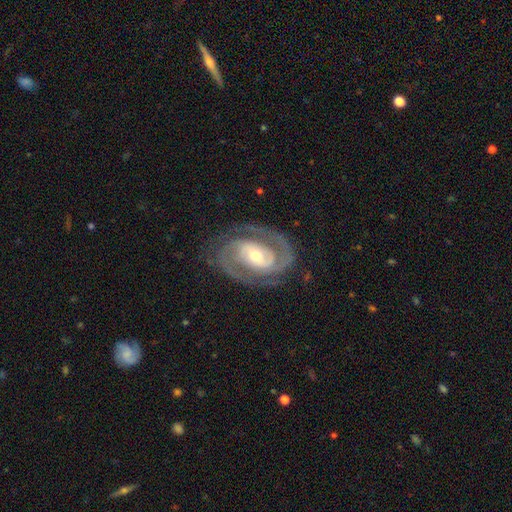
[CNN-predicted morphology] The model was most divided on "bar": weak: 39%, no: 32%, strong: 29%. More confident: spiral arms — yes (98%); edge-on disk — no (97%); smooth or featured — featured or disk (92%); spiral arm count — 2 (87%); merging — none (80%); bulge size — moderate (56%); spiral winding — tight (54%).